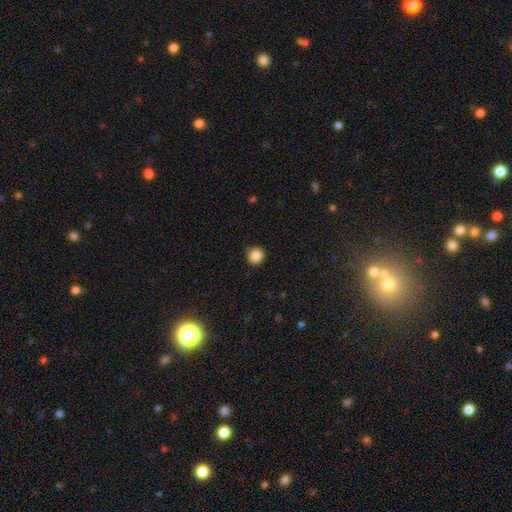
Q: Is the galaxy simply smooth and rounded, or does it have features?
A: smooth — 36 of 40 (90%).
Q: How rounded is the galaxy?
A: round — 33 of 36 (92%).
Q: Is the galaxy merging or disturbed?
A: none — 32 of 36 (89%).